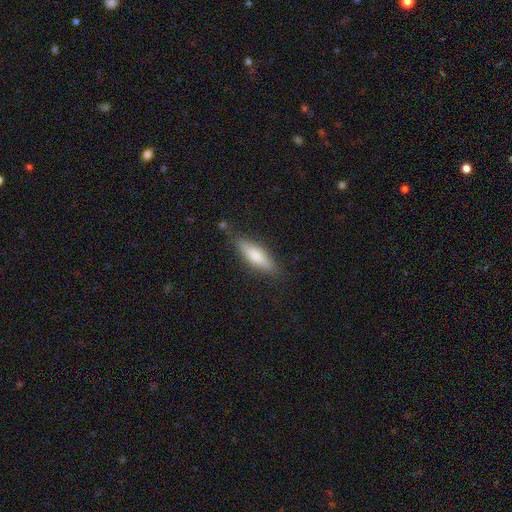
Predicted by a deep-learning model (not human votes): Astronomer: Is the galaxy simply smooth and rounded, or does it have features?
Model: smooth — 72%.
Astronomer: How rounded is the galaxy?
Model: cigar-shaped — 62% (runner-up: in between, 37%).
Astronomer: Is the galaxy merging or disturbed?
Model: none — 82%.